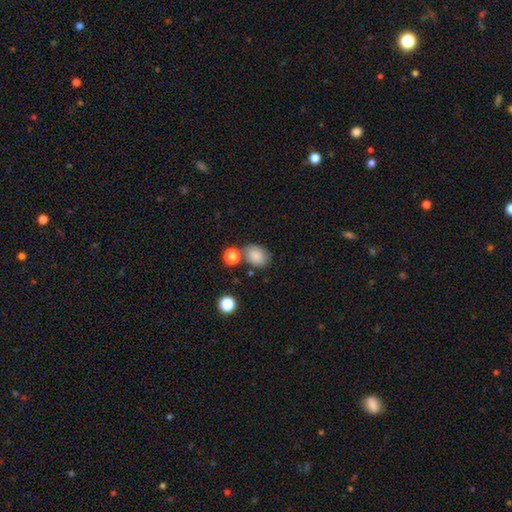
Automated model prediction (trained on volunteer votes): Smooth or featured? Predicted: smooth (p=0.84). How rounded? Predicted: in between (p=0.56). Merging? Predicted: none (p=0.64).